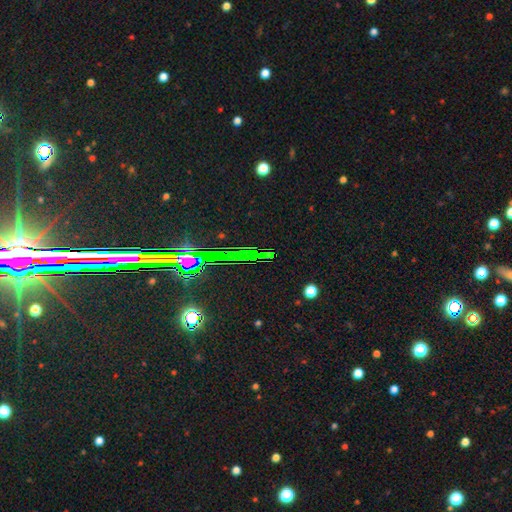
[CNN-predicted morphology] This appears to be a star or artifact, not a galaxy (75%).